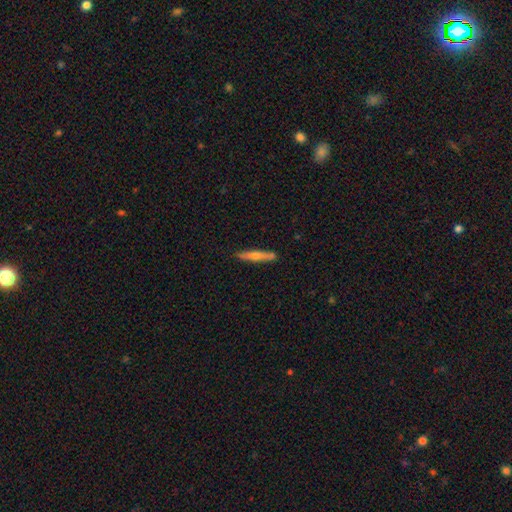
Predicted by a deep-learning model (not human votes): A featured or disk galaxy (55%) viewed edge-on (94%) with a rounded central bulge (85%).

Vote fractions:
- Smooth or featured? featured or disk: 55% / smooth: 38% / star or artifact: 6%
- Edge-on disk? yes: 94% / no: 6%
- Edge-on bulge? rounded: 85% / none: 11% / boxy: 4%
- Merging? none: 88% / minor disturbance: 9% / merger: 2% / major disturbance: 2%